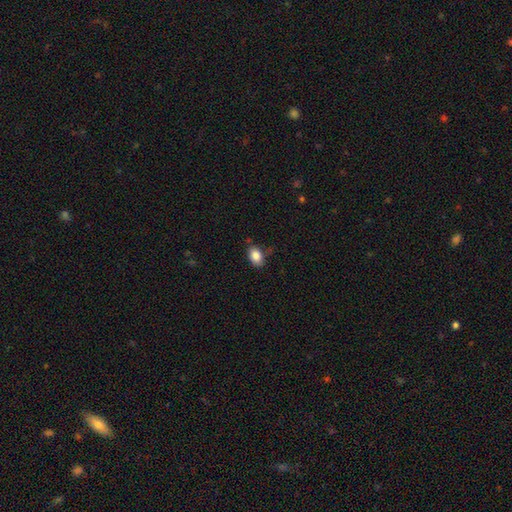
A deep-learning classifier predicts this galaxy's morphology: Overall: smooth (86%). How rounded: in between (83%). Merging: none (76%).